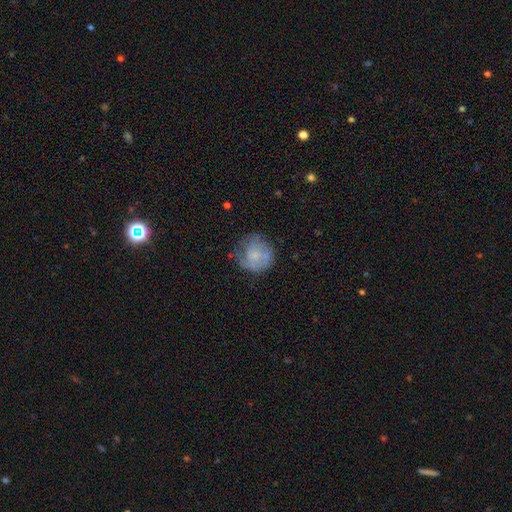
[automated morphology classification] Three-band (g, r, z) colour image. It shows a smooth galaxy with no disk features (56%) that is round (88%). Merging: none (56%).